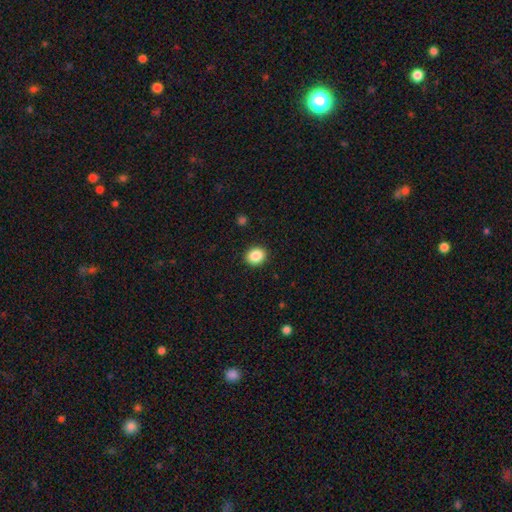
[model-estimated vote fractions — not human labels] Smooth or featured? smooth (87%)
How rounded? round (55%)
Merging? none (91%)